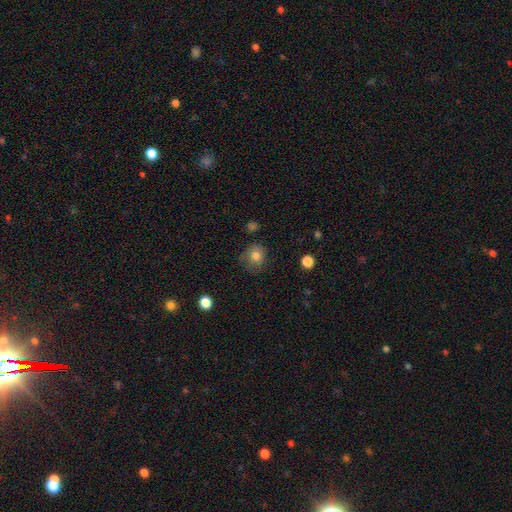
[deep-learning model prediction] A smooth galaxy with no disk features (79%) that is round (75%).

Vote fractions:
- Smooth or featured? smooth: 79% / featured or disk: 11% / star or artifact: 10%
- How rounded? round: 75% / in between: 24% / cigar-shaped: 1%
- Merging? none: 68% / minor disturbance: 23% / major disturbance: 8% / merger: 2%